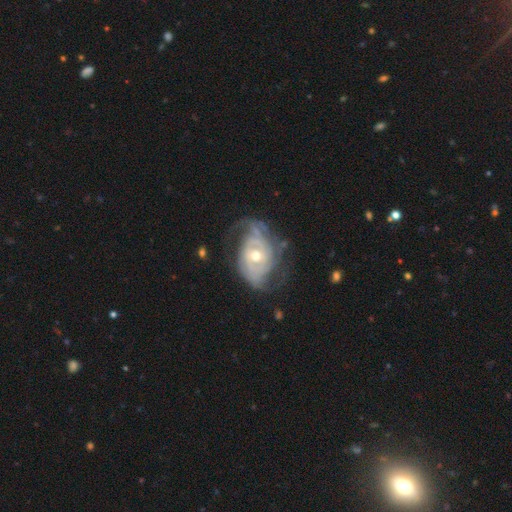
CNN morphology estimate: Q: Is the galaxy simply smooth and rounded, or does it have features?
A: featured or disk — 85%.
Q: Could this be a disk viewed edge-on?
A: no — 96%.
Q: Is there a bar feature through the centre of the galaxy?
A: no — 67%.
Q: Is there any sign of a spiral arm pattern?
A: yes — 89%.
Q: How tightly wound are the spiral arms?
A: tight — 58%.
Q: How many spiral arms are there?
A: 2 — 35%, tied with can't tell.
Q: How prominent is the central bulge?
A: moderate — 69%.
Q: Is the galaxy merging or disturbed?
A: none — 56%.